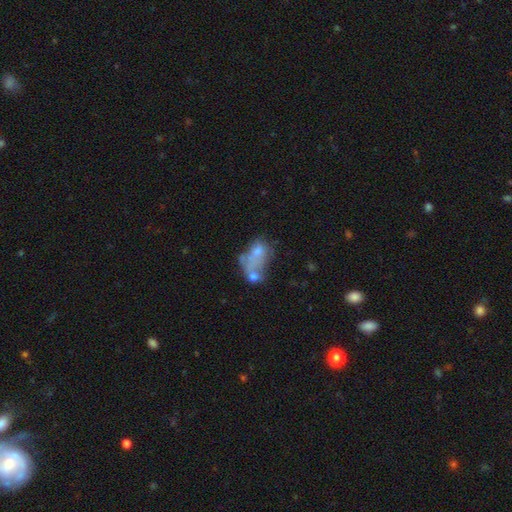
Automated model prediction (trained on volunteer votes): This appears to be a smooth galaxy with no disk features (51%) that is in between round and cigar-shaped (80%). Merging: merger (42%).